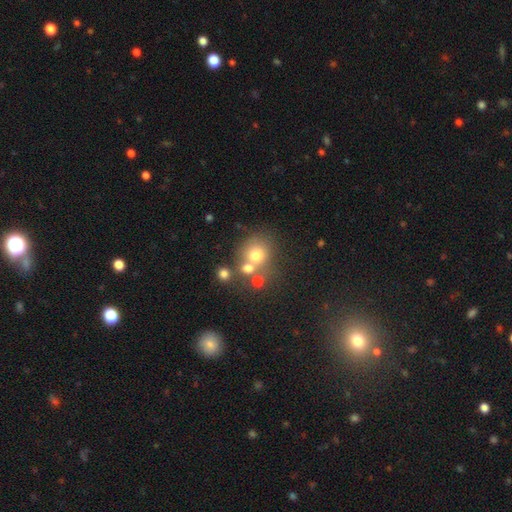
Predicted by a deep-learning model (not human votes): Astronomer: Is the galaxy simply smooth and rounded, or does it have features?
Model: smooth — 69%.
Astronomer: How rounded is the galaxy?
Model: round — 82%.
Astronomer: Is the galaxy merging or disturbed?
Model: none — 49% (runner-up: merger, 36%).